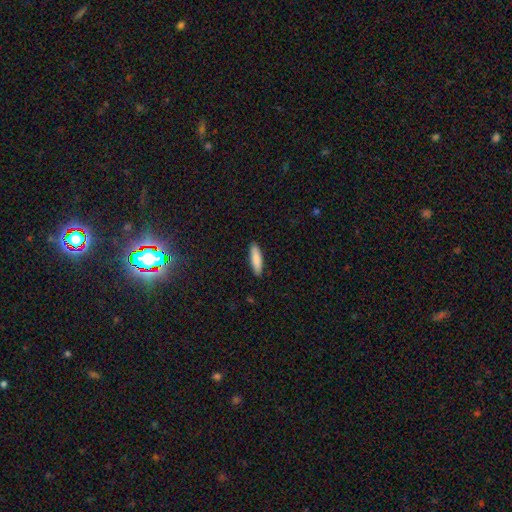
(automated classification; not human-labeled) Smooth or featured?
  - smooth: 87% *
  - featured or disk: 7%
  - star or artifact: 6%
How rounded?
  - cigar-shaped: 66% *
  - in between: 33%
  - round: 1%
Merging?
  - none: 90% *
  - minor disturbance: 8%
  - major disturbance: 2%
  - merger: 1%